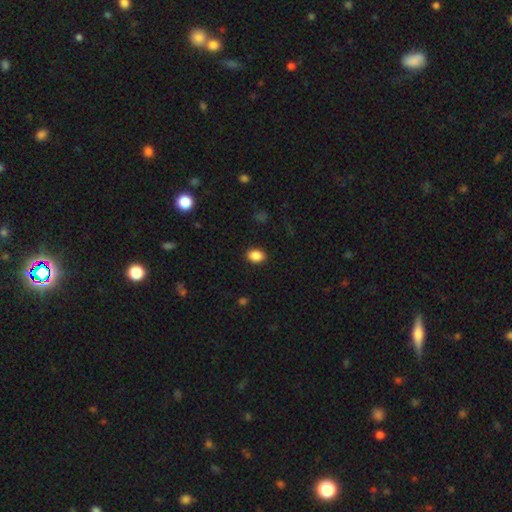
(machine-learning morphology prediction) Overall: smooth (88%). How rounded: in between (78%). Merging: none (89%).